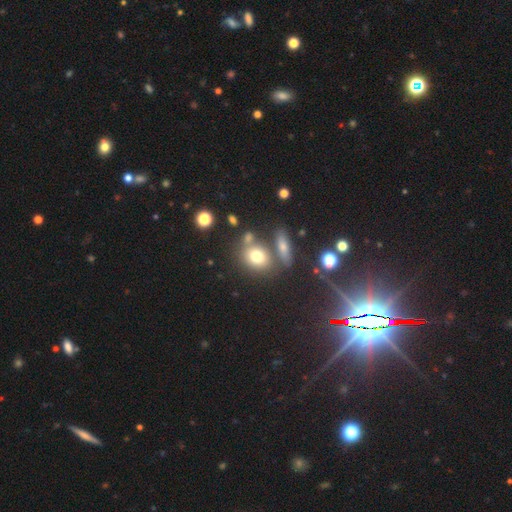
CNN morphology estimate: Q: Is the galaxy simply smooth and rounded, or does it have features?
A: smooth — 71%.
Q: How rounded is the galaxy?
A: round — 57%.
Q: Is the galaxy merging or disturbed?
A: none — 61%.